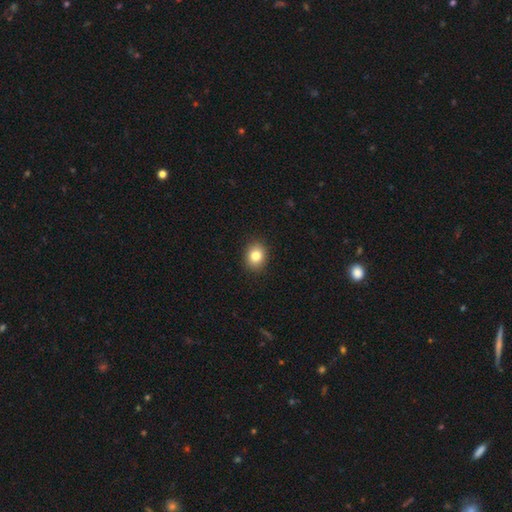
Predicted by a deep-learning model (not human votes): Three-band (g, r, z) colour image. It shows a smooth galaxy with no disk features (83%) that is round (59%). Merging: none (90%).